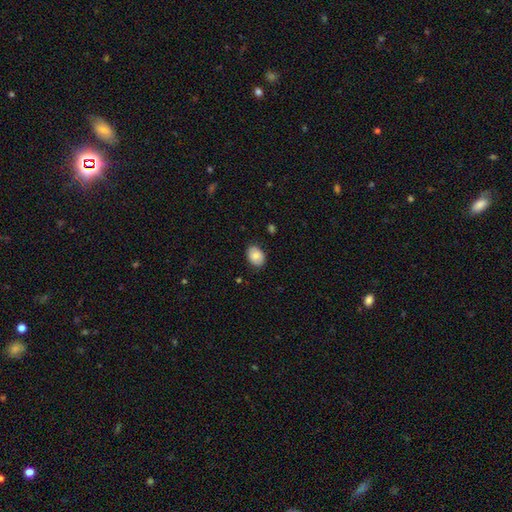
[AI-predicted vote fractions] Overall: smooth (82%). How rounded: in between (72%). Merging: none (83%).